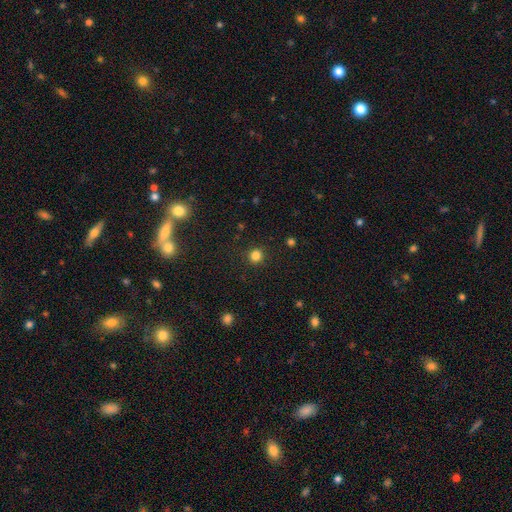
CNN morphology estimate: smooth-or-featured: smooth: 83% | star or artifact: 13% | featured or disk: 4%
  how-rounded: round: 93% | in between: 6% | cigar-shaped: 1%
  merging: none: 91% | minor disturbance: 6% | major disturbance: 2% | merger: 1%